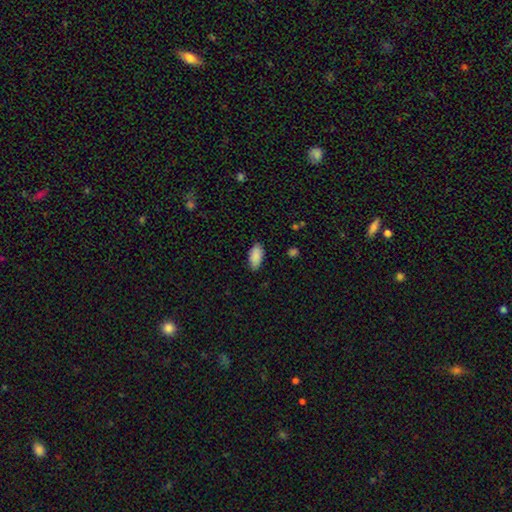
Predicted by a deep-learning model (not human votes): Smooth or featured? smooth (89%)
How rounded? in between (91%)
Merging? none (84%)